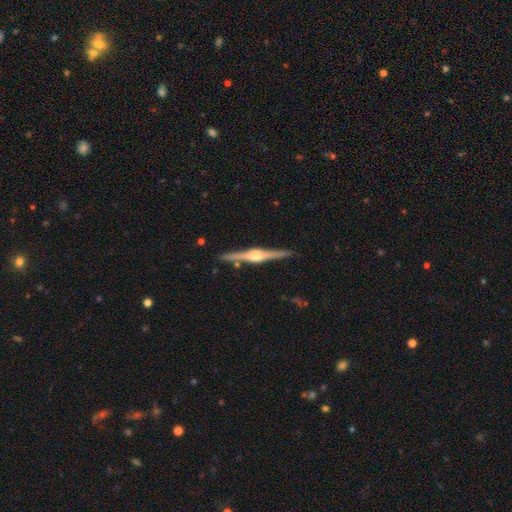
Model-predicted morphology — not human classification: Smooth or featured?
  - featured or disk: 85% *
  - smooth: 10%
  - star or artifact: 5%
Edge-on disk?
  - yes: 98% *
  - no: 2%
Edge-on bulge?
  - rounded: 87% *
  - boxy: 10%
  - none: 3%
Merging?
  - none: 89% *
  - minor disturbance: 7%
  - merger: 2%
  - major disturbance: 1%